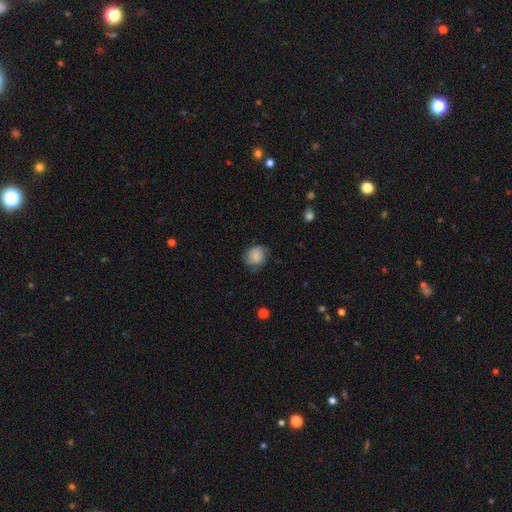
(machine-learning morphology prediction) smooth 81%, featured or disk 11%, star or artifact 8%. Down the decision tree: how rounded — round (77%); merging — none (67%).